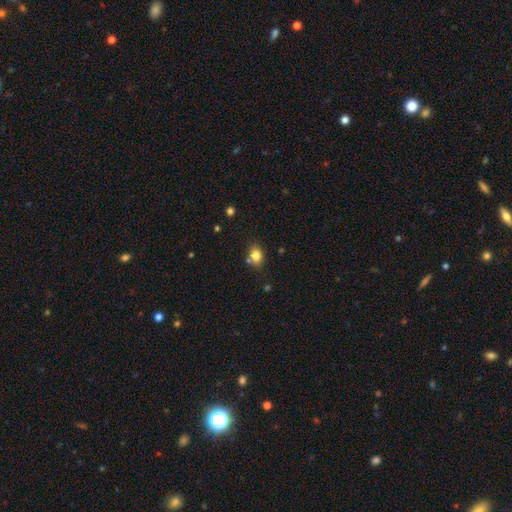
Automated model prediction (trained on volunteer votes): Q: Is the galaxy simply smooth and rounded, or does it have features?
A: smooth — 81%.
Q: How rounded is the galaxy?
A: in between — 65%.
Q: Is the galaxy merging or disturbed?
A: none — 72%.